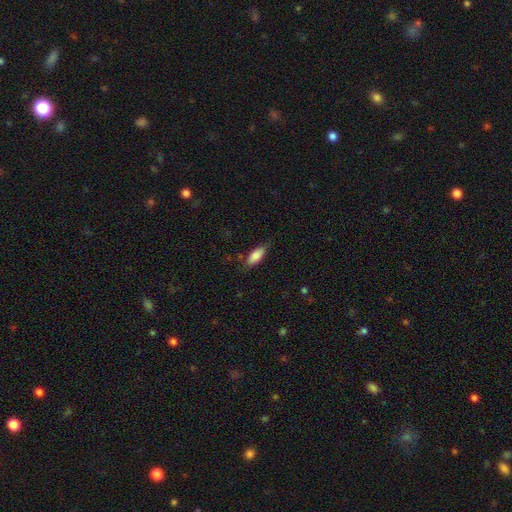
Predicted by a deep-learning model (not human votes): This is clearly a smooth galaxy (83%). How rounded: likely in between (77%). Merging: likely none (75%).